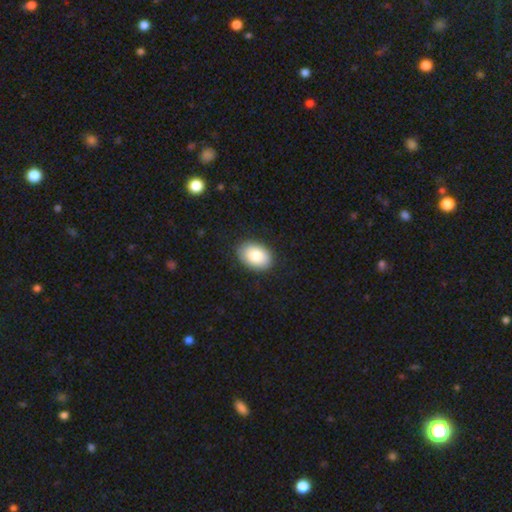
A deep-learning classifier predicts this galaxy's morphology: This appears to be a smooth galaxy with no disk features (84%) that is in between round and cigar-shaped (82%). Merging: none (88%).